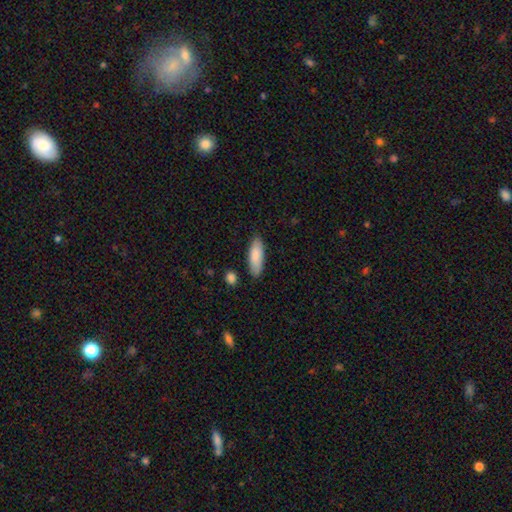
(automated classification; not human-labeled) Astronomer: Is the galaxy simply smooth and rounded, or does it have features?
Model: smooth — 86%.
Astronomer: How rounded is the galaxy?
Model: in between — 67%.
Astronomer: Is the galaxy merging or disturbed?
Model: none — 84%.